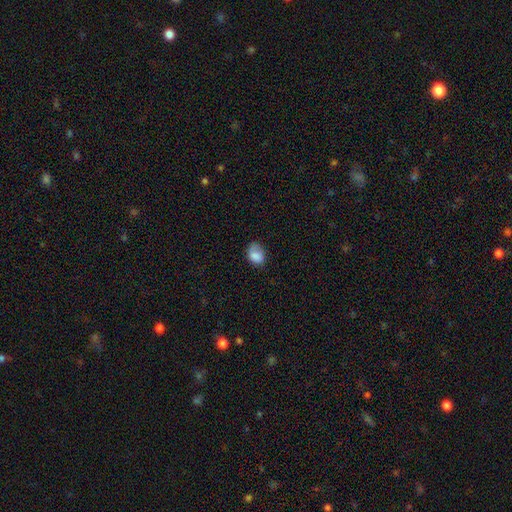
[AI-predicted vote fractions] Morphology: type=smooth (82%); roundness=in between (71%); merging=none (54%).